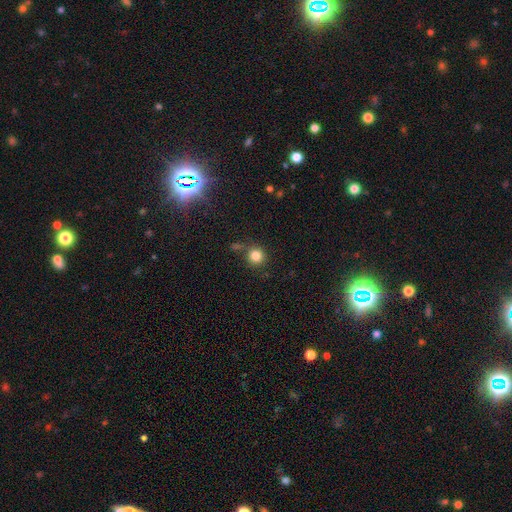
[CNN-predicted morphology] A smooth galaxy with no disk features (82%) that is round (93%).

Vote fractions:
- Smooth or featured? smooth: 82% / star or artifact: 12% / featured or disk: 6%
- How rounded? round: 93% / in between: 6% / cigar-shaped: 1%
- Merging? none: 77% / minor disturbance: 11% / merger: 9% / major disturbance: 4%